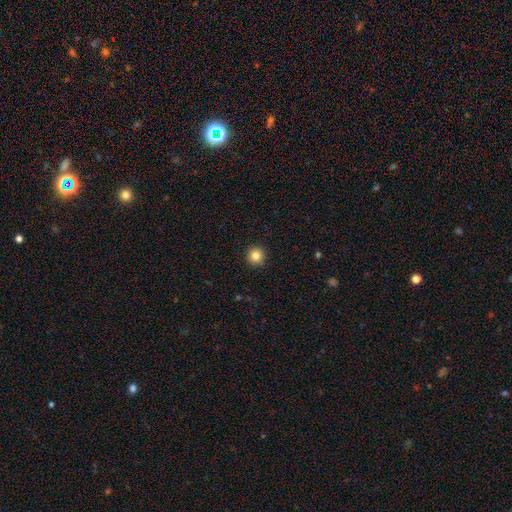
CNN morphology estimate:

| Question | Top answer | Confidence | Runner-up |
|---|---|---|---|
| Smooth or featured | smooth | 84% | star or artifact (10%) |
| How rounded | round | 95% | in between (4%) |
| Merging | none | 92% | minor disturbance (5%) |